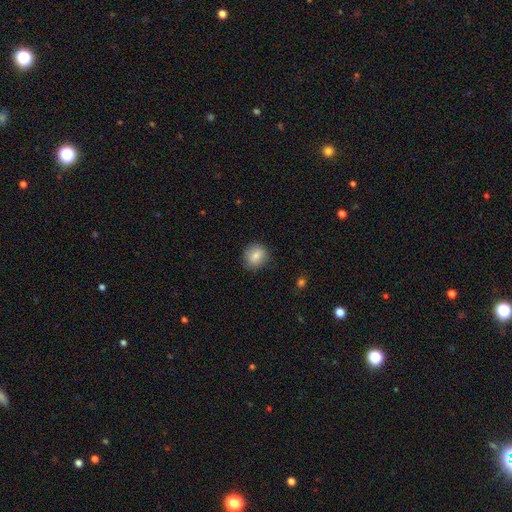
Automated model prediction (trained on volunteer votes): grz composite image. It shows a smooth galaxy with no disk features (81%) that is round (81%). Merging: none (85%).